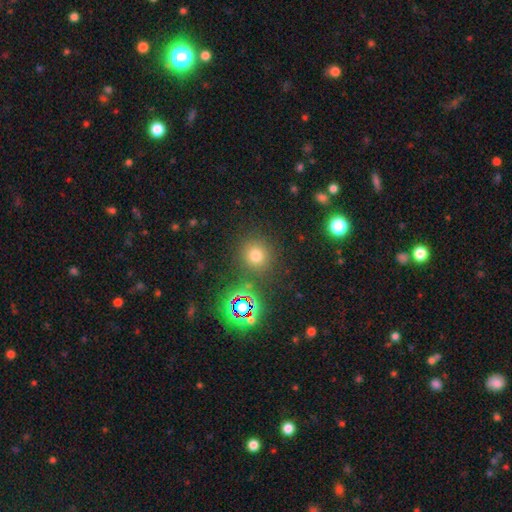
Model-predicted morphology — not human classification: This appears to be a smooth galaxy with no disk features (68%) that is round (91%). Merging: none (84%).